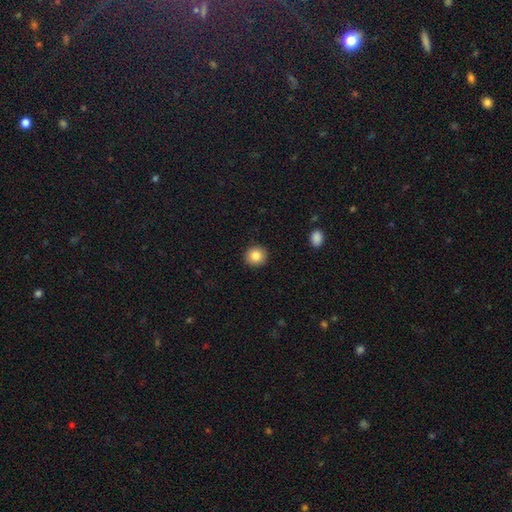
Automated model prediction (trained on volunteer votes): Overall: smooth (85%). How rounded: round (88%). Merging: none (92%).